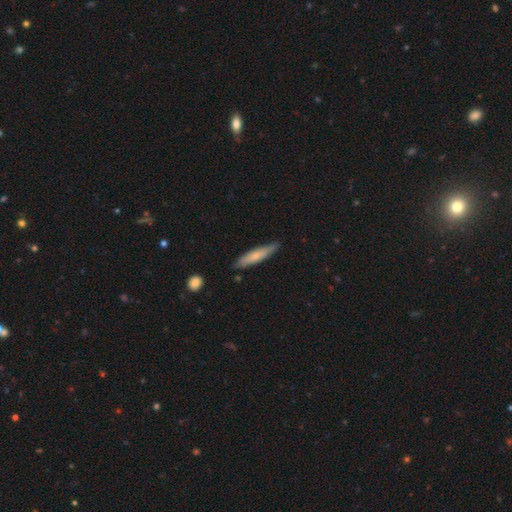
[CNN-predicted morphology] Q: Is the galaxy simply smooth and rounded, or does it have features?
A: smooth — 68%.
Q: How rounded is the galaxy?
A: cigar-shaped — 86%.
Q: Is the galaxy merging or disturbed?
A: none — 84%.